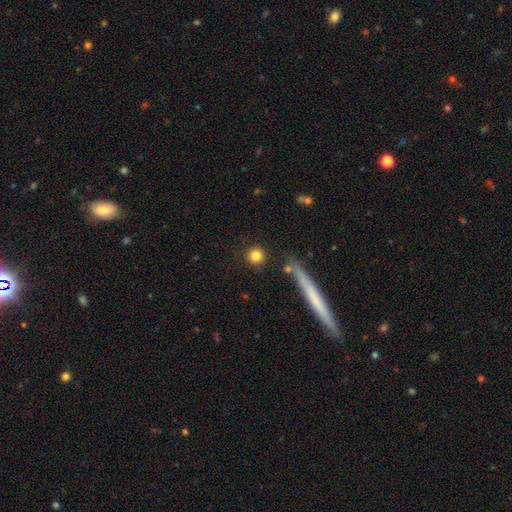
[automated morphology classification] Smooth or featured? Predicted: smooth (p=0.82). How rounded? Predicted: round (p=0.94). Merging? Predicted: none (p=0.86).